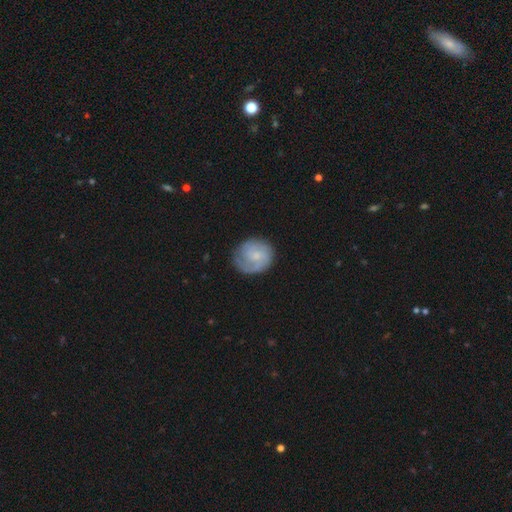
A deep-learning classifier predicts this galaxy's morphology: The model was most divided on "spiral arm count": can't tell: 31%, 2: 26%, 3: 25%, 4: 7%, 1: 6%, more than 4: 5%. More confident: edge-on disk — no (98%); spiral arms — yes (92%); merging — none (76%); bar — no (68%); smooth or featured — featured or disk (62%); bulge size — small (58%); spiral winding — tight (54%).